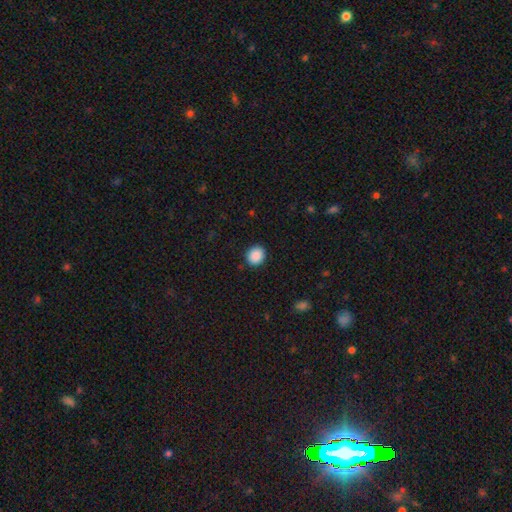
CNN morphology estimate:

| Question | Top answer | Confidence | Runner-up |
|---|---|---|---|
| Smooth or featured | smooth | 89% | star or artifact (8%) |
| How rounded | round | 82% | in between (17%) |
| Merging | none | 90% | minor disturbance (7%) |